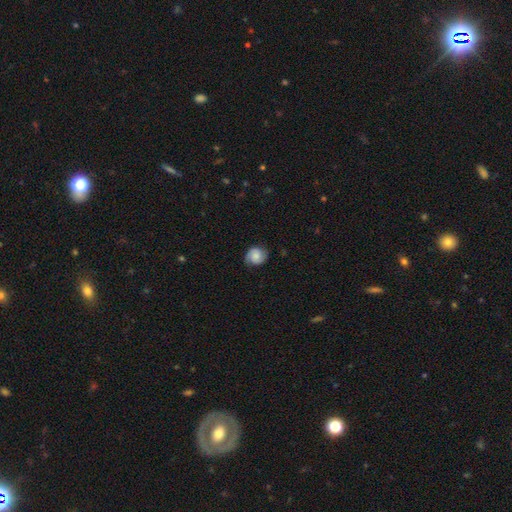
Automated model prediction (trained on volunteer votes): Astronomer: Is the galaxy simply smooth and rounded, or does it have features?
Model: featured or disk — 47% (runner-up: smooth, 44%).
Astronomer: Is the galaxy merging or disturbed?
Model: none — 76%.